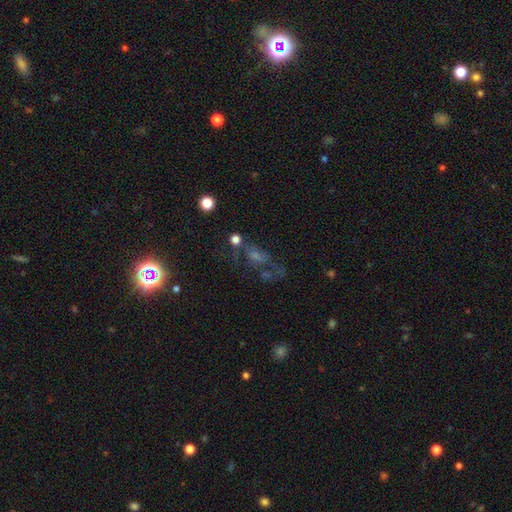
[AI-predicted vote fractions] smooth_or_featured: star or artifact (p=0.40) [alt: featured or disk p=0.36]